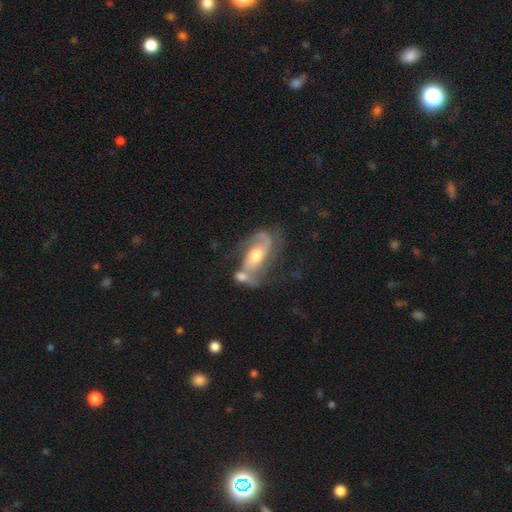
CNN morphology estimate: A featured or disk galaxy (82%) with no bar (47%), 2 (79%) medium (44%) spiral arms (93%) and a moderate central bulge (68%).

Vote fractions:
- Smooth or featured? featured or disk: 82% / smooth: 13% / star or artifact: 6%
- Edge-on disk? no: 95% / yes: 5%
- Bar? no: 47% / weak: 37% / strong: 16%
- Spiral arms? yes: 93% / no: 7%
- Spiral winding? medium: 44% / loose: 39% / tight: 17%
- Spiral arm count? 2: 79% / 1: 12% / can't tell: 6% / 3: 2% / 4: 1% / more than 4: 1%
- Bulge size? moderate: 68% / small: 17% / large: 12% / none: 2% / dominant: 1%
- Merging? merger: 35% (tied) / none: 35% (tied) / minor disturbance: 16% / major disturbance: 15%